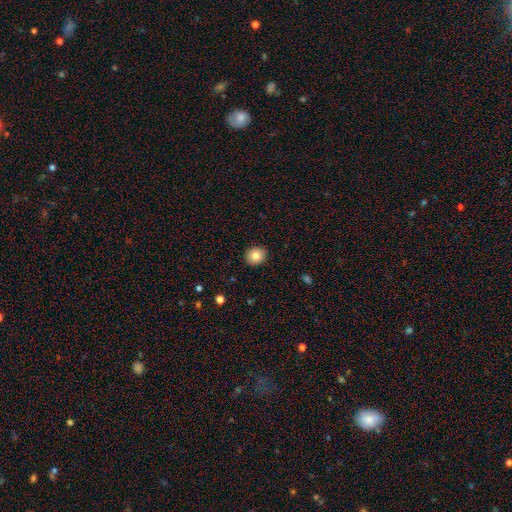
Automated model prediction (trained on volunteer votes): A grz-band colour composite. It shows a smooth galaxy with no disk features (84%) that is round (79%). Merging: none (90%).